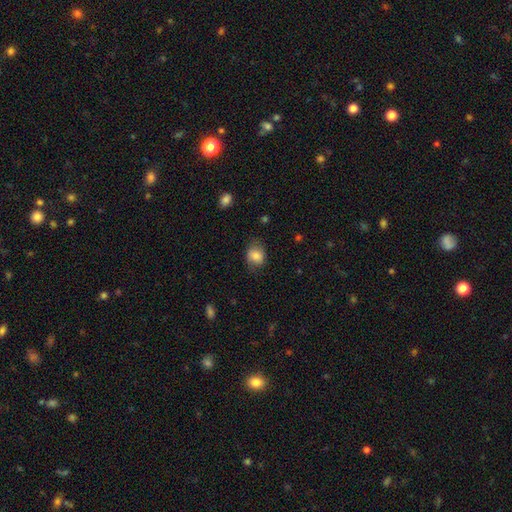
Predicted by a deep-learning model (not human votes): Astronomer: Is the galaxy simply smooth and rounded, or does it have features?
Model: smooth — 79%.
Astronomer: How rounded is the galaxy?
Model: round — 57% (runner-up: in between, 42%).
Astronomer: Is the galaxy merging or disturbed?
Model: none — 68%.